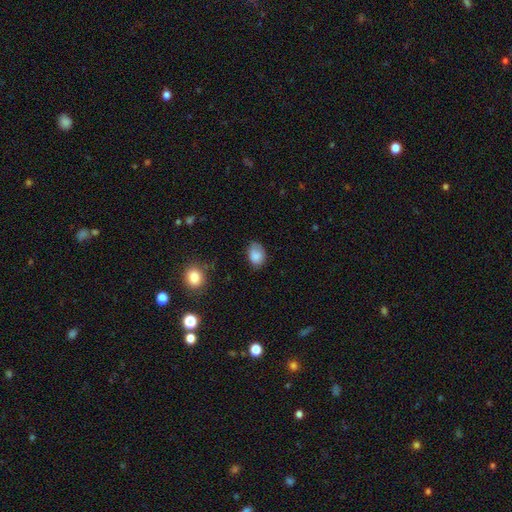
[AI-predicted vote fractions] This is clearly a smooth galaxy (85%). How rounded: likely in between (74%). Merging: likely none (63%).